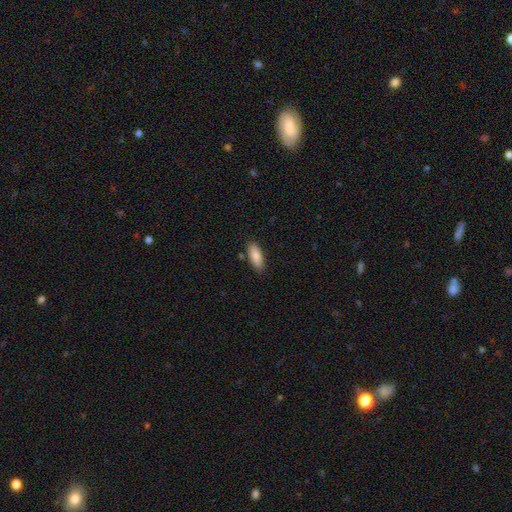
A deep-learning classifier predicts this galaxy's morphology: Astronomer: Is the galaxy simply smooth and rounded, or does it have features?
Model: smooth — 85%.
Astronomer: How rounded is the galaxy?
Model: in between — 76%.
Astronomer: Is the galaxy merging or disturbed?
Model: none — 83%.